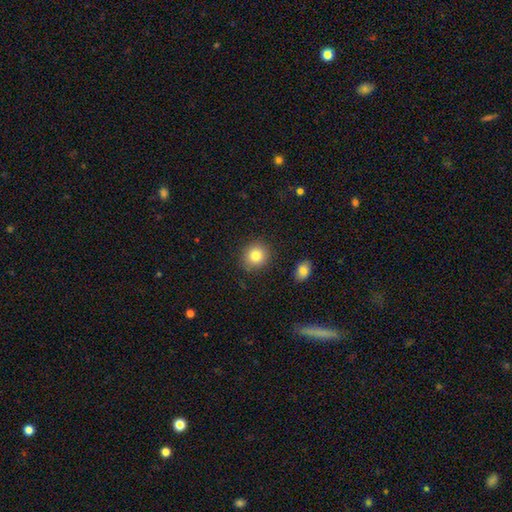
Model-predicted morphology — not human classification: smooth 82%, star or artifact 10%, featured or disk 8%. Down the decision tree: how rounded — round (86%); merging — none (87%).